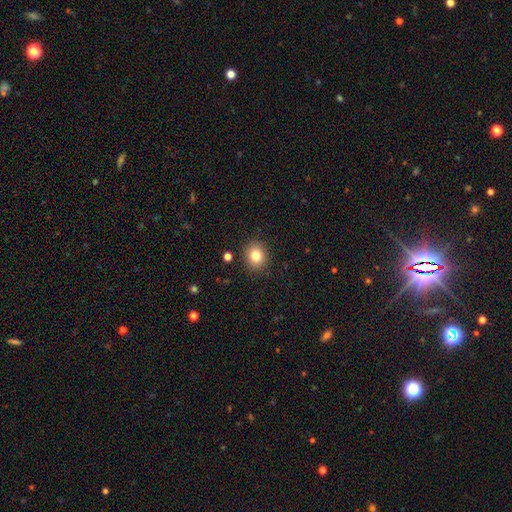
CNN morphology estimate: Q: Smooth or featured?
A: smooth (82%); runner-up: star or artifact (11%)
Q: How rounded?
A: round (64%); runner-up: in between (35%)
Q: Merging?
A: none (88%); runner-up: minor disturbance (8%)